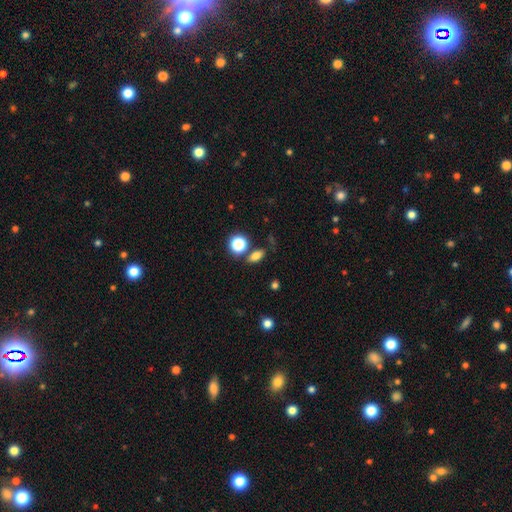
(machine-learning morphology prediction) This is likely a smooth galaxy (77%). How rounded: likely in between (75%). Merging: likely none (74%).